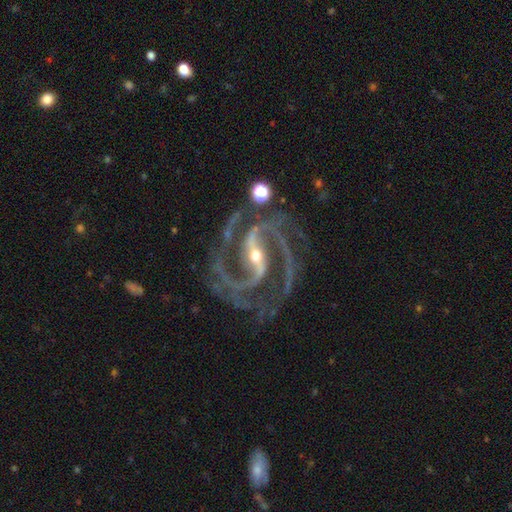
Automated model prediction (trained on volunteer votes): Smooth or featured?
  - featured or disk: 93% *
  - star or artifact: 5%
  - smooth: 2%
Edge-on disk?
  - no: 98% *
  - yes: 2%
Bar?
  - strong: 70% *
  - weak: 23%
  - no: 7%
Spiral arms?
  - yes: 99% *
  - no: 1%
Spiral winding?
  - medium: 65% *
  - tight: 23%
  - loose: 13%
Spiral arm count?
  - 2: 67% *
  - 3: 17%
  - 4: 5%
  - can't tell: 4%
  - more than 4: 4%
  - 1: 4%
Bulge size?
  - small: 56% *
  - moderate: 41%
  - large: 2%
  - none: 1%
  - dominant: 1%
Merging?
  - none: 70% *
  - minor disturbance: 16%
  - major disturbance: 11%
  - merger: 3%